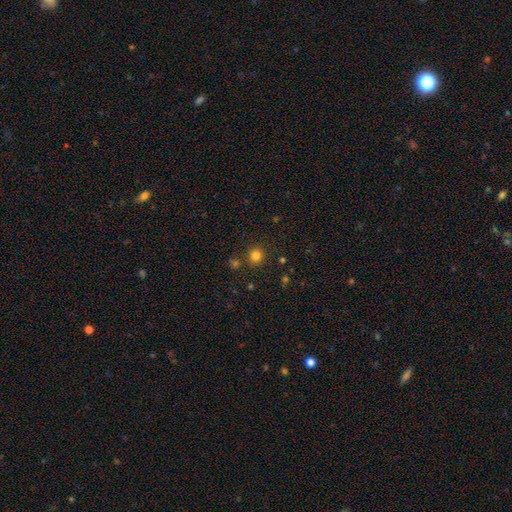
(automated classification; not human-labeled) smooth 80%, star or artifact 15%, featured or disk 5%. Down the decision tree: how rounded — round (90%); merging — none (85%).